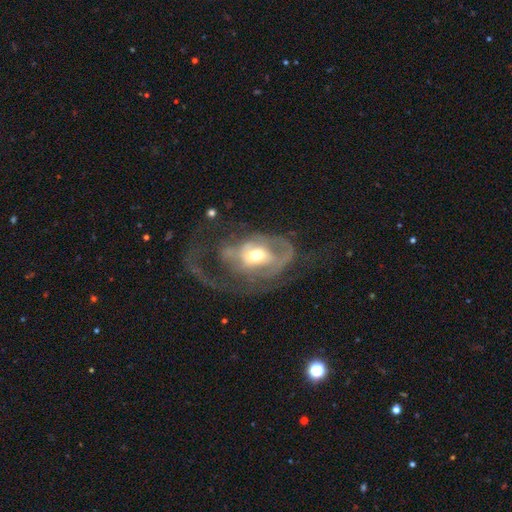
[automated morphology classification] Q: Smooth or featured?
A: featured or disk (66%); runner-up: smooth (26%)
Q: Edge-on disk?
A: no (96%); runner-up: yes (4%)
Q: Bar?
A: no (60%); runner-up: weak (28%)
Q: Spiral arms?
A: yes (56%); runner-up: no (44%)
Q: Bulge size?
A: moderate (68%); runner-up: large (15%)
Q: Merging?
A: major disturbance (62%); runner-up: none (21%)